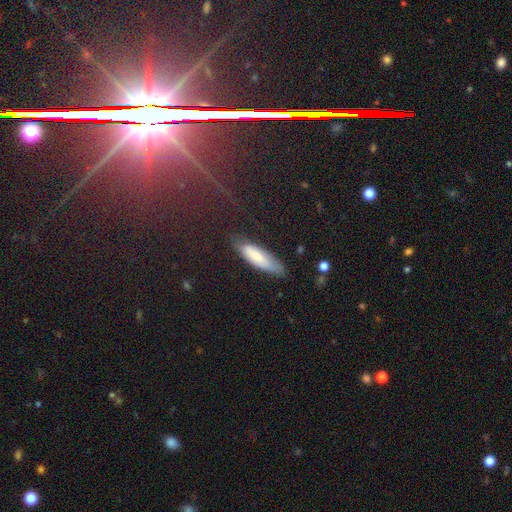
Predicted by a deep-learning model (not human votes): This appears to be a smooth galaxy with no disk features (70%) that is cigar-shaped (62%). Merging: none (77%).